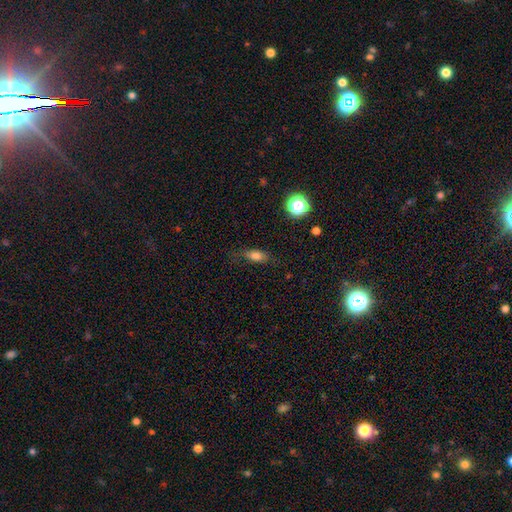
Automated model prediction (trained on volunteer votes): A smooth galaxy with no disk features (77%) that is in between round and cigar-shaped (77%).

Vote fractions:
- Smooth or featured? smooth: 77% / featured or disk: 12% / star or artifact: 11%
- How rounded? in between: 77% / cigar-shaped: 16% / round: 7%
- Merging? none: 74% / minor disturbance: 19% / major disturbance: 6% / merger: 1%